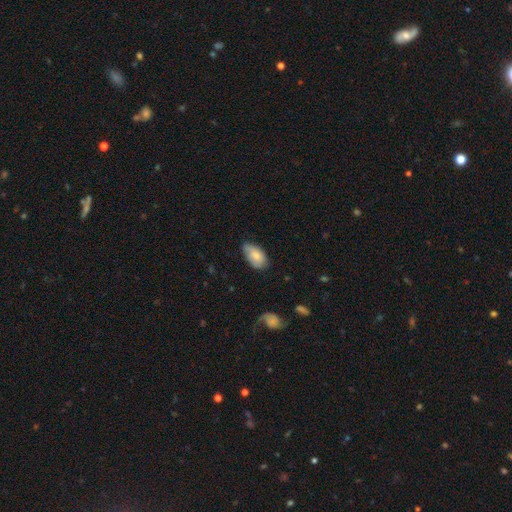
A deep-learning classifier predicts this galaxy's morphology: The model was most divided on "merging": none: 55%, minor disturbance: 36%, major disturbance: 7%, merger: 2%. More confident: how rounded — in between (93%); smooth or featured — smooth (74%).